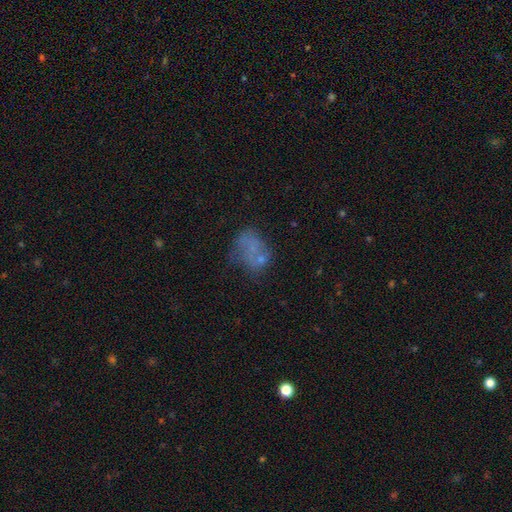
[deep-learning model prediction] Smooth or featured: smooth — 48% (featured or disk — 32%)
Merging: none — 38% (major disturbance — 21%)